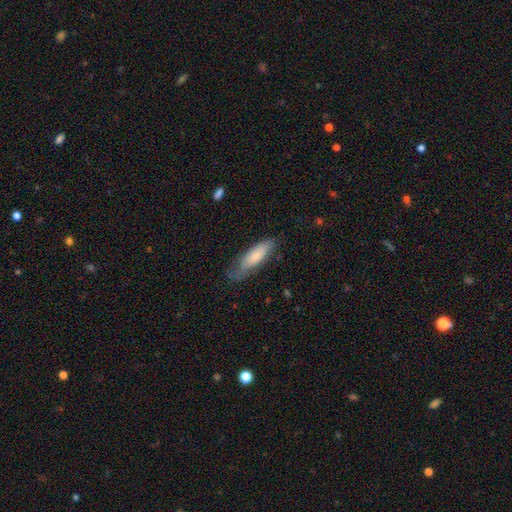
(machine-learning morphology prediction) Overall: smooth (72%). How rounded: cigar-shaped (52%; in between 47%). Merging: none (54%; minor disturbance 32%).